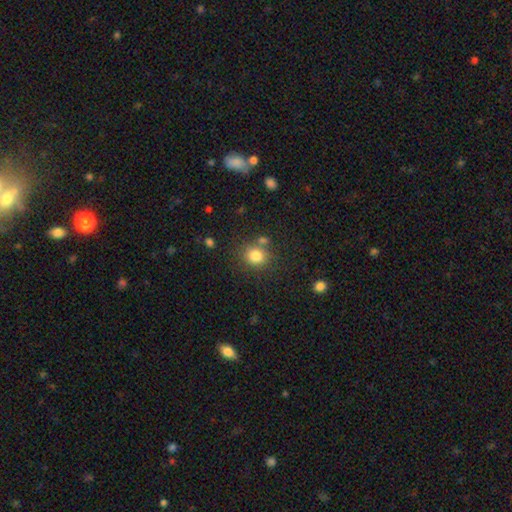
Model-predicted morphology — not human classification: This appears to be a smooth galaxy with no disk features (82%) that is round (76%). Merging: none (73%).